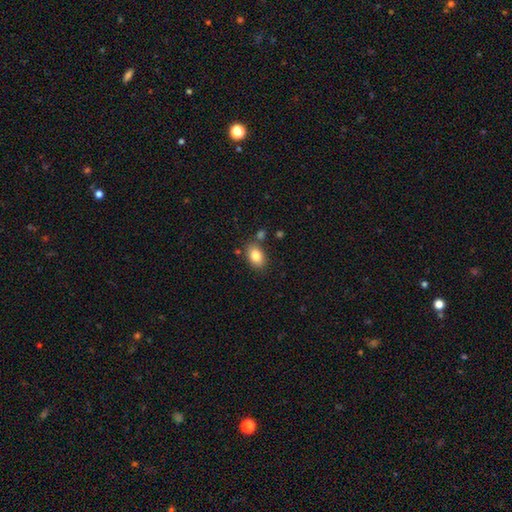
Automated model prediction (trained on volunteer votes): Overall: smooth (84%). How rounded: in between (83%). Merging: none (79%).